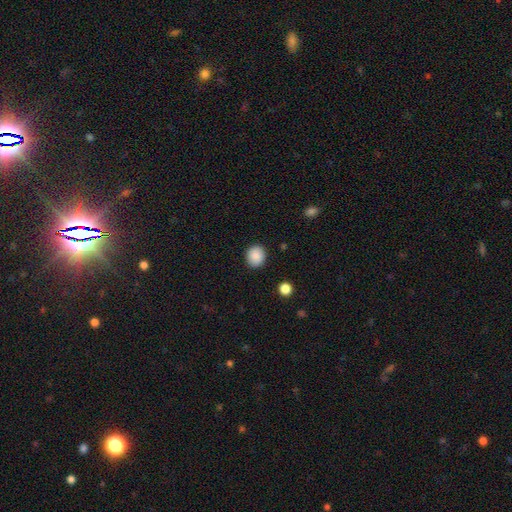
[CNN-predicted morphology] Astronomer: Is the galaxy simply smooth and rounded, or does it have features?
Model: smooth — 89%.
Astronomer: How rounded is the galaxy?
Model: round — 73%.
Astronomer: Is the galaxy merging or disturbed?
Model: none — 89%.